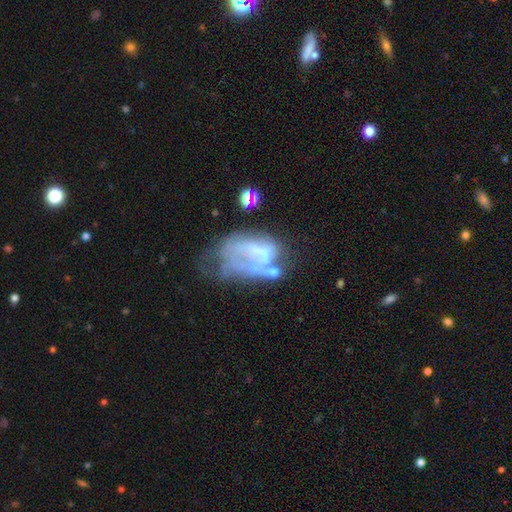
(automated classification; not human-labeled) Smooth or featured?
  - featured or disk: 61% *
  - smooth: 24%
  - star or artifact: 14%
Edge-on disk?
  - no: 97% *
  - yes: 3%
Bar?
  - no: 81% *
  - weak: 13%
  - strong: 6%
Spiral arms?
  - no: 85% *
  - yes: 15%
Bulge size?
  - none: 69% *
  - small: 15%
  - moderate: 12%
  - large: 3%
  - dominant: 1%
Merging?
  - major disturbance: 37% *
  - none: 24%
  - minor disturbance: 21%
  - merger: 18%